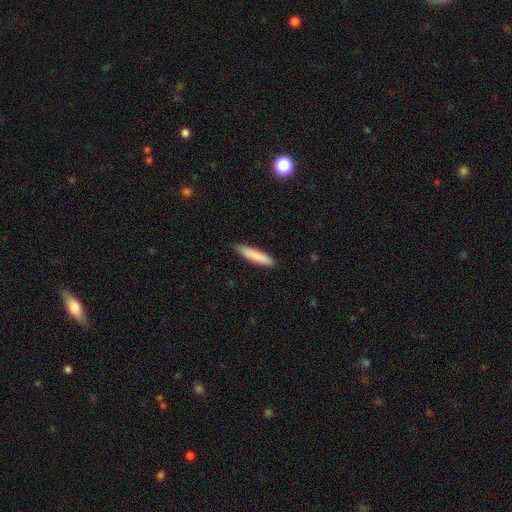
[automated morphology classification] smooth_or_featured: smooth (p=0.85) [alt: featured or disk p=0.10]
how_rounded: cigar-shaped (p=0.85) [alt: in between p=0.13]
merging: none (p=0.86) [alt: minor disturbance p=0.12]